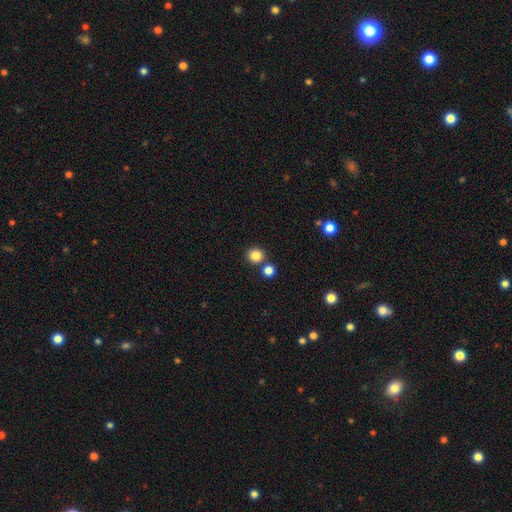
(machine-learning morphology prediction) Smooth or featured? Predicted: smooth (p=0.84). How rounded? Predicted: round (p=0.88). Merging? Predicted: none (p=0.76).